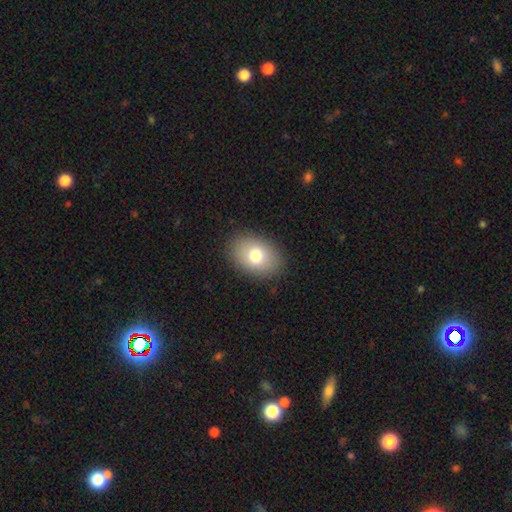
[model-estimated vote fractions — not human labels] smooth 76%, featured or disk 14%, star or artifact 9%. Down the decision tree: how rounded — in between (79%); merging — none (88%).